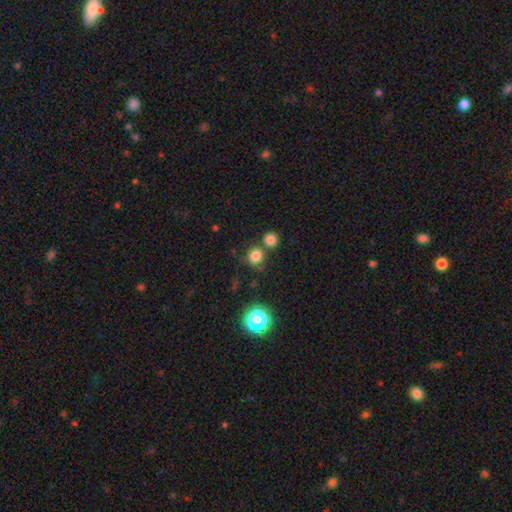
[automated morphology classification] The model was most divided on "merging": none: 67%, merger: 20%, minor disturbance: 10%, major disturbance: 4%. More confident: how rounded — round (82%); smooth or featured — smooth (79%).